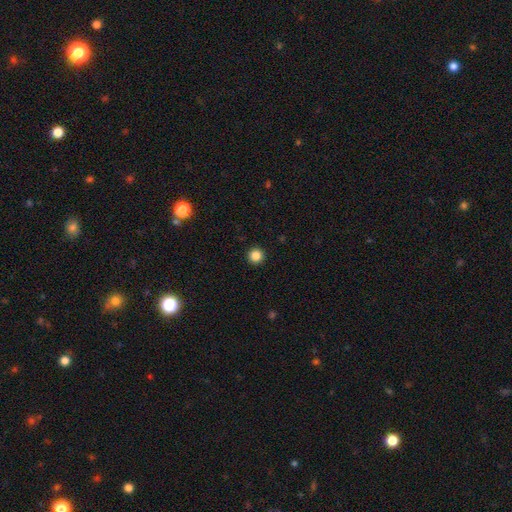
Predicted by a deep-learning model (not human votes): Smooth or featured: smooth — 86% (star or artifact — 11%)
How rounded: round — 96% (in between — 3%)
Merging: none — 93% (minor disturbance — 4%)